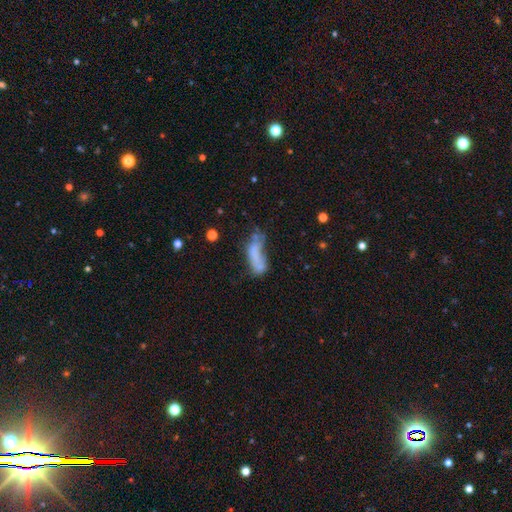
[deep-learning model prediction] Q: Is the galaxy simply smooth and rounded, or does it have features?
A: smooth — 55%.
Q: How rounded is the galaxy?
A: in between — 65%.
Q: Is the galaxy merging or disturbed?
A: major disturbance — 32%.